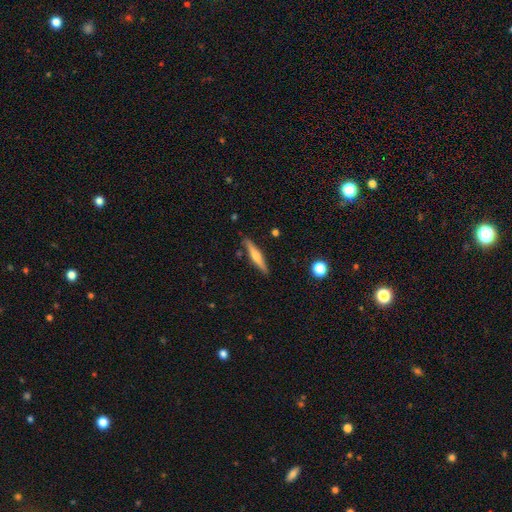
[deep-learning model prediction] smooth-or-featured: featured or disk: 50% | smooth: 43% | star or artifact: 6%
  disk-edge-on: yes: 96% | no: 4%
  merging: none: 87% | minor disturbance: 9% | merger: 2% | major disturbance: 2%